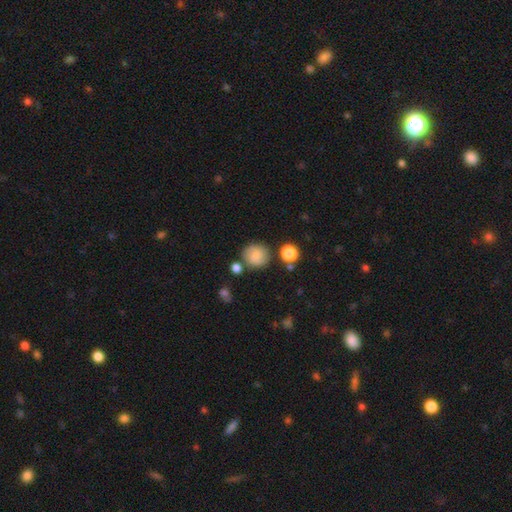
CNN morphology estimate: Smooth or featured? smooth (80%)
How rounded? round (88%)
Merging? none (76%)